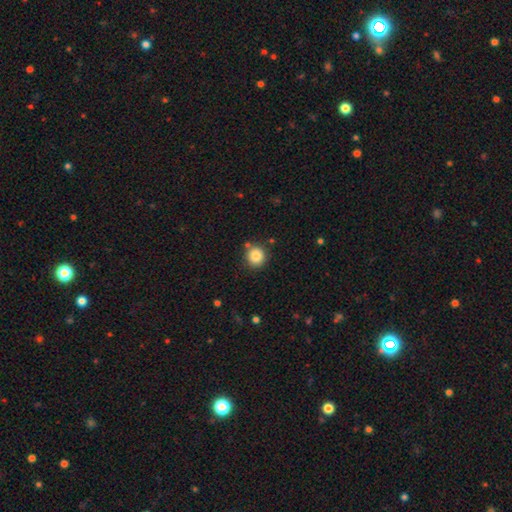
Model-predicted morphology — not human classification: Smooth or featured? Predicted: smooth (p=0.86). How rounded? Predicted: round (p=0.89). Merging? Predicted: none (p=0.84).